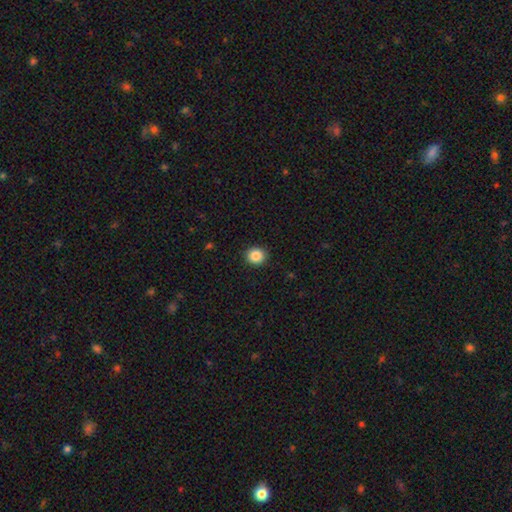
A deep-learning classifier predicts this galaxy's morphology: Smooth or featured: smooth — 87% (star or artifact — 10%)
How rounded: round — 88% (in between — 11%)
Merging: none — 92% (minor disturbance — 5%)